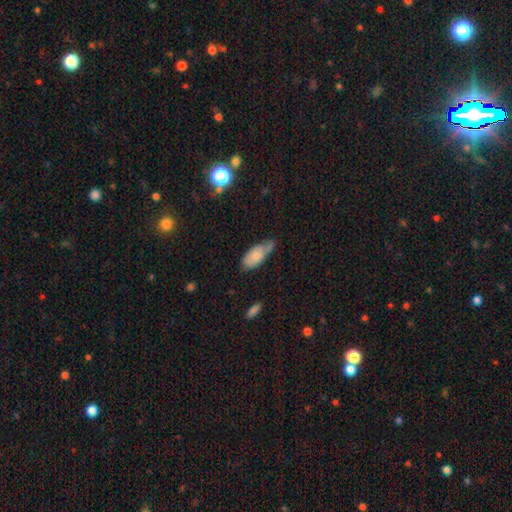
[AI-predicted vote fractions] A smooth galaxy with no disk features (74%) that is in between round and cigar-shaped (84%). Merging: minor disturbance (43%).